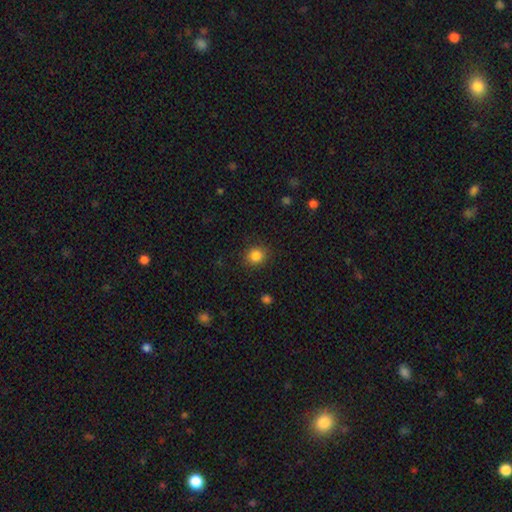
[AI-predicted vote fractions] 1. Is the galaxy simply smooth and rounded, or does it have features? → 85% smooth, 11% star or artifact, 4% featured or disk.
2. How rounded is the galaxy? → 85% round, 14% in between, 1% cigar-shaped.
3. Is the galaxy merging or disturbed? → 89% none, 7% minor disturbance, 3% major disturbance, 1% merger.